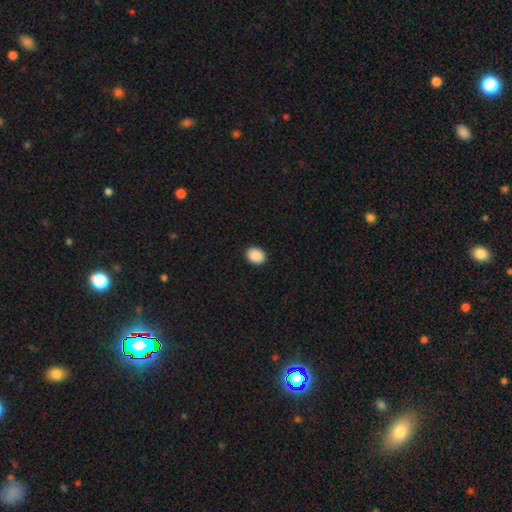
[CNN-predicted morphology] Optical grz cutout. It shows a smooth galaxy with no disk features (90%) that is in between round and cigar-shaped (50%). Merging: none (92%).